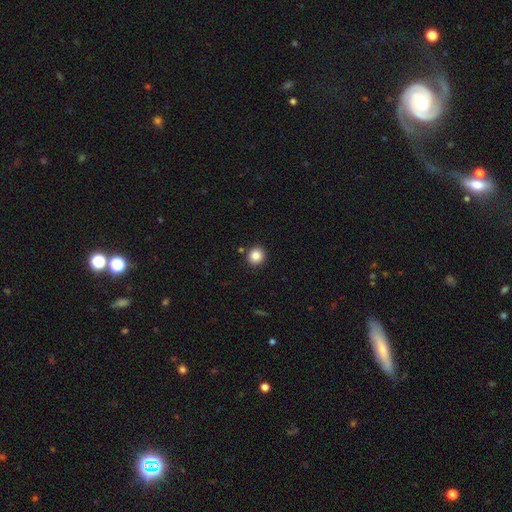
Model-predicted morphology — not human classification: This is clearly a smooth galaxy (86%). How rounded: clearly round (93%). Merging: clearly none (90%).